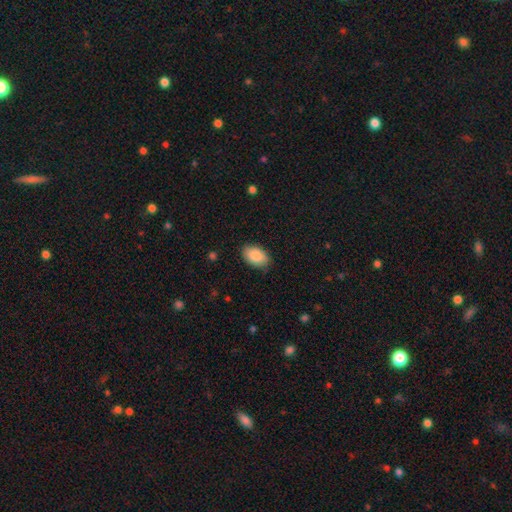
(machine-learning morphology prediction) Smooth or featured? Predicted: smooth (p=0.88). How rounded? Predicted: in between (p=0.91). Merging? Predicted: none (p=0.85).